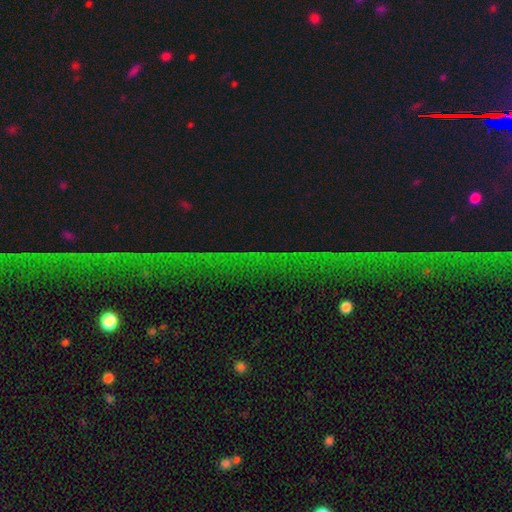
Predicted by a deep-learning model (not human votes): Morphology: type=star or artifact (75%).